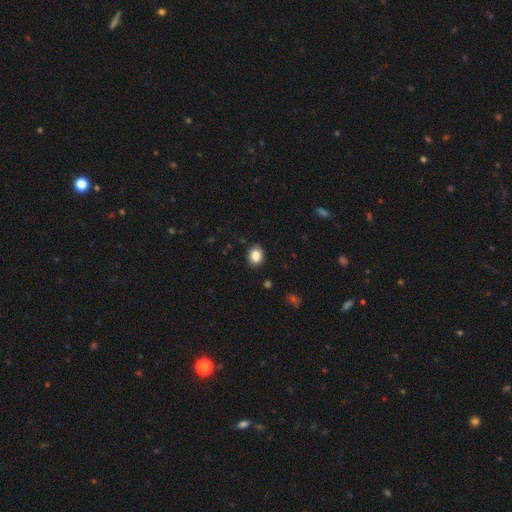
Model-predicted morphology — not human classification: smooth_or_featured: smooth (p=0.86) [alt: star or artifact p=0.09]
how_rounded: round (p=0.50) [alt: in between p=0.49]
merging: none (p=0.85) [alt: minor disturbance p=0.11]